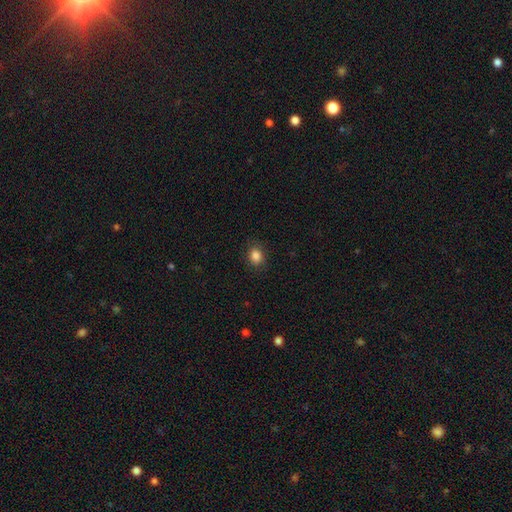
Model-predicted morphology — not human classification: This is clearly a smooth galaxy (86%). How rounded: possibly in between (54%). Merging: clearly none (86%).